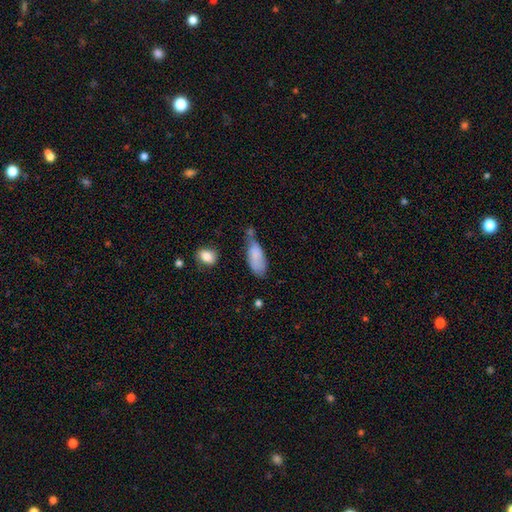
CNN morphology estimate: type=smooth (81%); roundness=in between (80%); merging=none (38%).